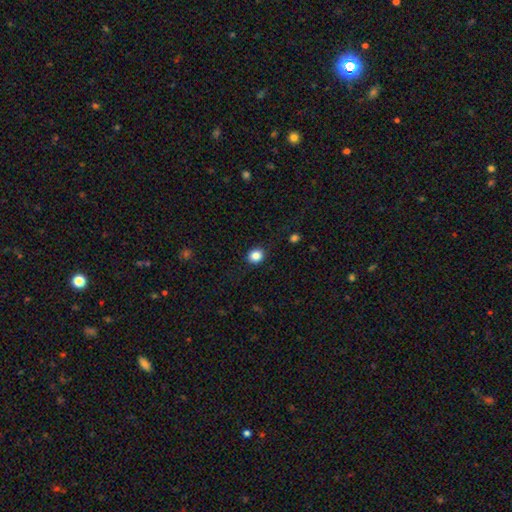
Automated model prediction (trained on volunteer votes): A smooth galaxy with no disk features (86%) that is round (77%). Merging: none (90%).